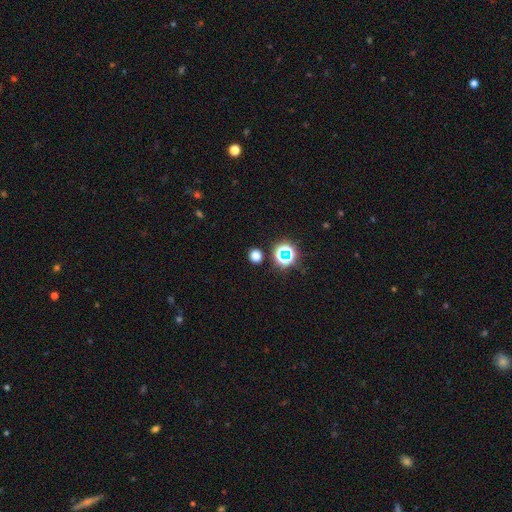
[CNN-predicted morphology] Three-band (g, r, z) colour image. It shows a smooth galaxy with no disk features (68%) that is round (86%). Merging: none (88%).